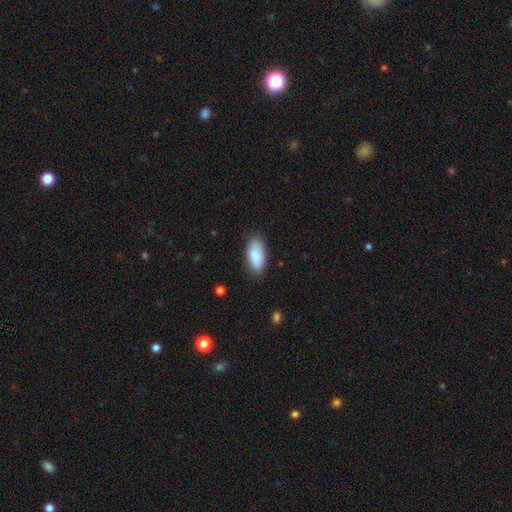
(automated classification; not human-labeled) A smooth galaxy with no disk features (86%) that is in between round and cigar-shaped (88%). Merging: none (81%).